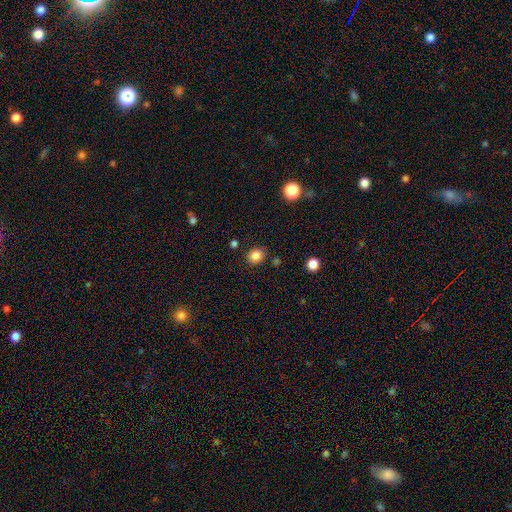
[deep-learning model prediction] This is clearly a smooth galaxy (84%). How rounded: likely round (69%). Merging: clearly none (86%).